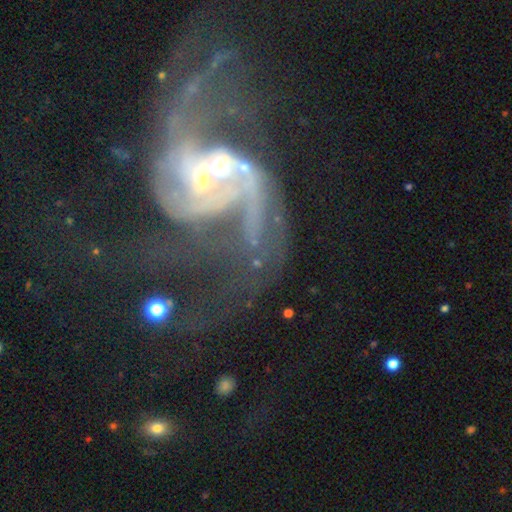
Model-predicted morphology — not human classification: Q: Smooth or featured?
A: featured or disk (85%); runner-up: star or artifact (9%)
Q: Edge-on disk?
A: no (97%); runner-up: yes (3%)
Q: Bar?
A: no (53%); runner-up: weak (31%)
Q: Spiral arms?
A: yes (91%); runner-up: no (9%)
Q: Spiral winding?
A: loose (58%); runner-up: medium (31%)
Q: Spiral arm count?
A: 2 (56%); runner-up: can't tell (15%)
Q: Bulge size?
A: small (53%); runner-up: moderate (37%)
Q: Merging?
A: merger (50%); runner-up: major disturbance (27%)